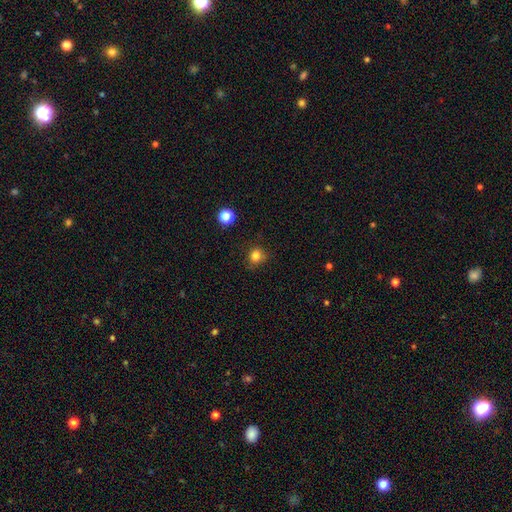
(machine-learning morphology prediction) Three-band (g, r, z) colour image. It shows a smooth galaxy with no disk features (82%) that is round (82%). Merging: none (79%).